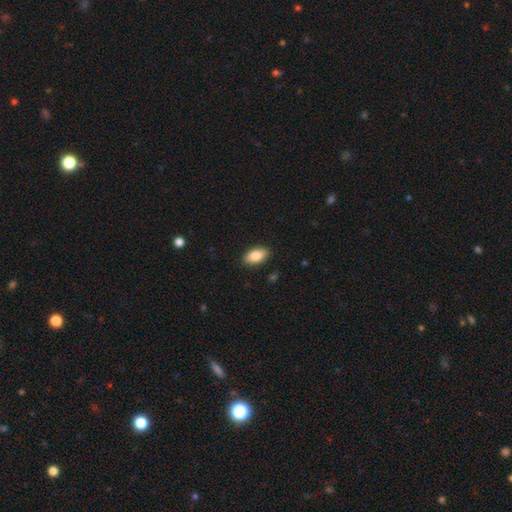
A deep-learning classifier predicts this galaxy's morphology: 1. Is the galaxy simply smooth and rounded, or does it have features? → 86% smooth, 7% featured or disk, 7% star or artifact.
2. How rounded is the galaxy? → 93% in between, 4% cigar-shaped, 3% round.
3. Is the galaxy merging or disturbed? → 89% none, 8% minor disturbance, 2% major disturbance, 1% merger.